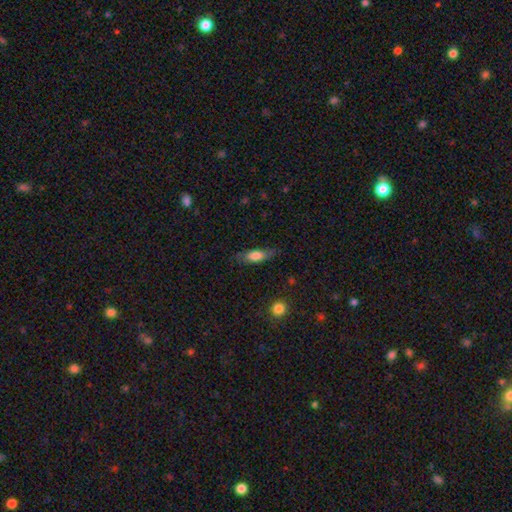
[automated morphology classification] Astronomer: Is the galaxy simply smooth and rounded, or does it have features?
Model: smooth — 69%.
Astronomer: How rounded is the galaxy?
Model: in between — 63%.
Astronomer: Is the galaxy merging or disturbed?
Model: none — 72%.